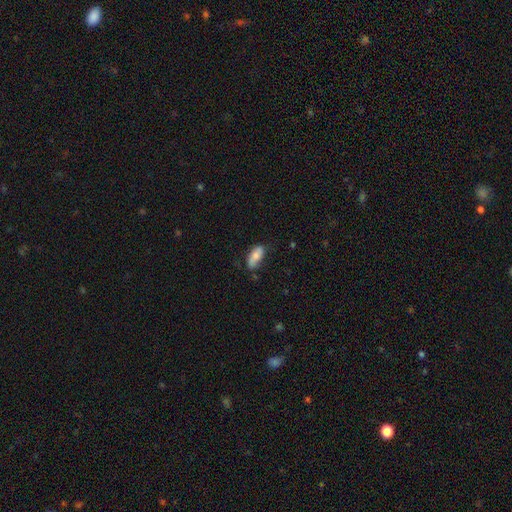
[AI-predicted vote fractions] A smooth galaxy with no disk features (73%) that is in between round and cigar-shaped (85%). Merging: none (65%).